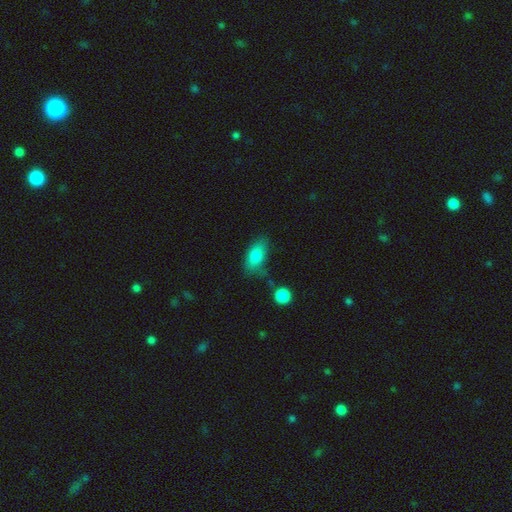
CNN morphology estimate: This appears to be a smooth galaxy with no disk features (79%) that is in between round and cigar-shaped (87%). Merging: none (61%).